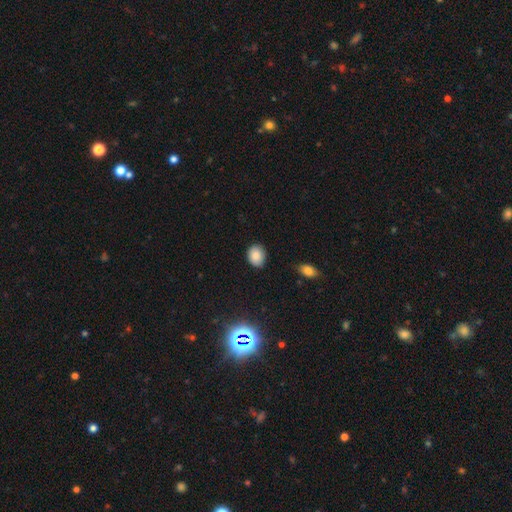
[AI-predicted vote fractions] Smooth or featured? smooth (84%)
How rounded? in between (52%)
Merging? none (85%)